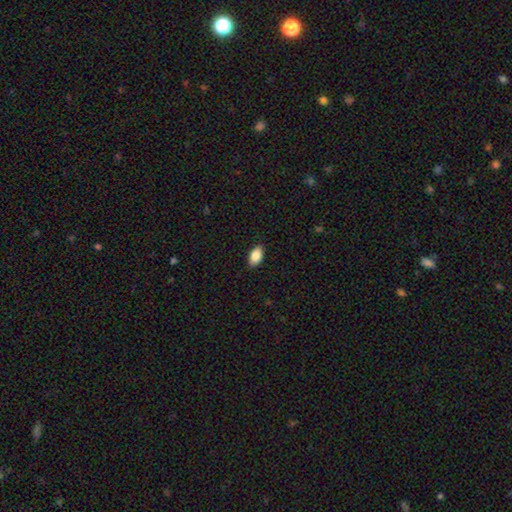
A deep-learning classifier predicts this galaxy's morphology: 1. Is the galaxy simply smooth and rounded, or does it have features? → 86% smooth, 7% star or artifact, 7% featured or disk.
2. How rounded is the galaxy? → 92% in between, 5% round, 2% cigar-shaped.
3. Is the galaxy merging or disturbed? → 88% none, 9% minor disturbance, 2% major disturbance, 1% merger.